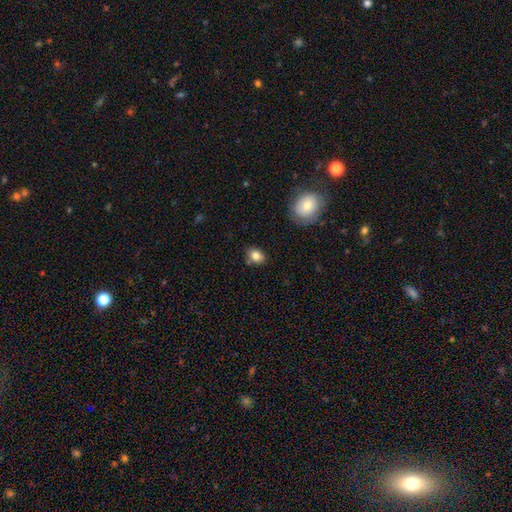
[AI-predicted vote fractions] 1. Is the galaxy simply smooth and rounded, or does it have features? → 82% smooth, 10% star or artifact, 9% featured or disk.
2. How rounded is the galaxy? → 58% in between, 41% round, 1% cigar-shaped.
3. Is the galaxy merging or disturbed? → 79% none, 13% minor disturbance, 5% merger, 3% major disturbance.